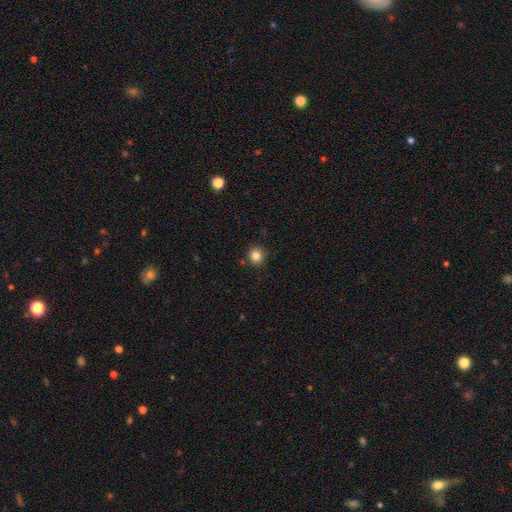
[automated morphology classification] smooth 83%, star or artifact 12%, featured or disk 5%. Down the decision tree: how rounded — round (90%); merging — none (89%).